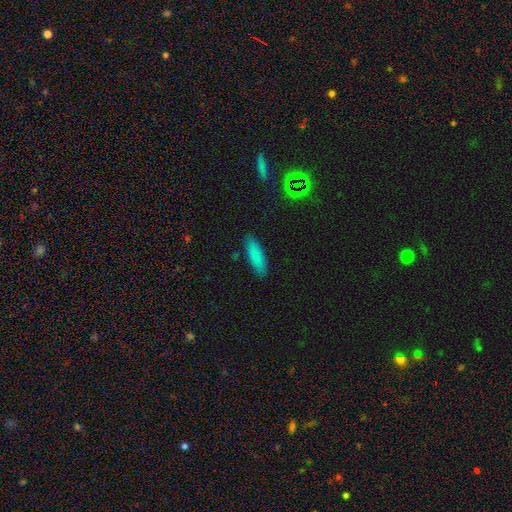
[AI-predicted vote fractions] Q: Smooth or featured?
A: smooth (83%); runner-up: star or artifact (8%)
Q: How rounded?
A: cigar-shaped (54%); runner-up: in between (44%)
Q: Merging?
A: none (87%); runner-up: minor disturbance (9%)